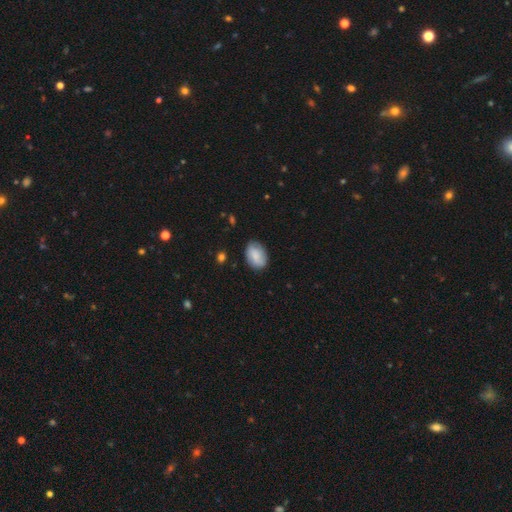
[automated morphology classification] A smooth galaxy with no disk features (80%) that is in between round and cigar-shaped (84%).

Vote fractions:
- Smooth or featured? smooth: 80% / featured or disk: 13% / star or artifact: 7%
- How rounded? in between: 84% / round: 15% / cigar-shaped: 1%
- Merging? none: 78% / minor disturbance: 18% / major disturbance: 3% / merger: 1%